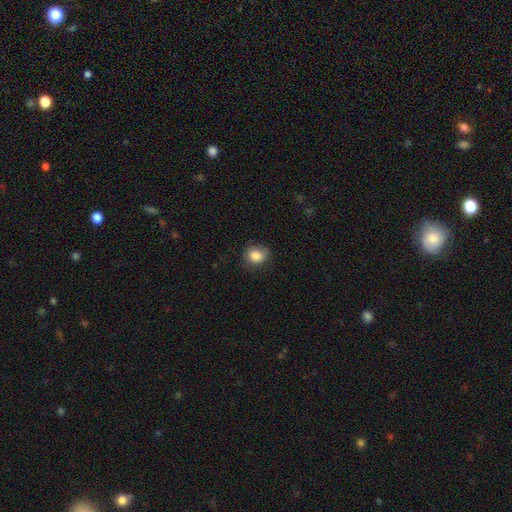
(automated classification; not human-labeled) Overall: smooth (85%). How rounded: round (70%). Merging: none (77%).